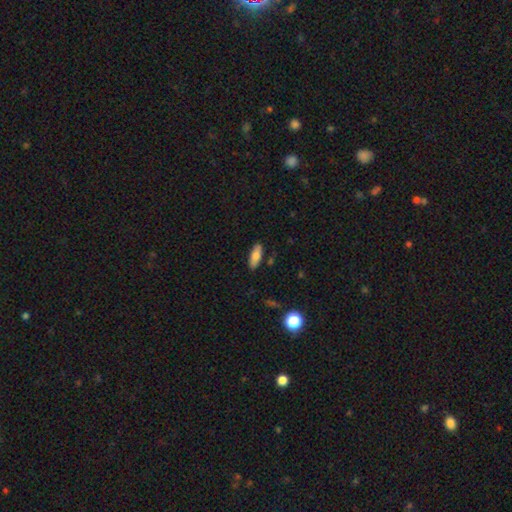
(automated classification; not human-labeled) Morphology: type=smooth (80%); roundness=in between (68%); merging=none (86%).